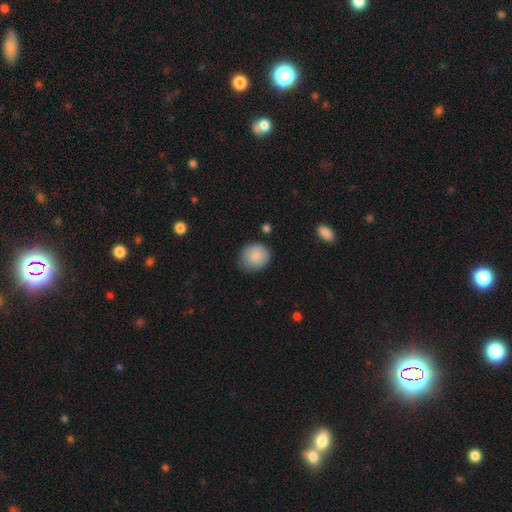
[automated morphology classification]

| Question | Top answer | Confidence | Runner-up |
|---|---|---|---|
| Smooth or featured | smooth | 88% | star or artifact (7%) |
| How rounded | round | 82% | in between (17%) |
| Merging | none | 79% | minor disturbance (16%) |